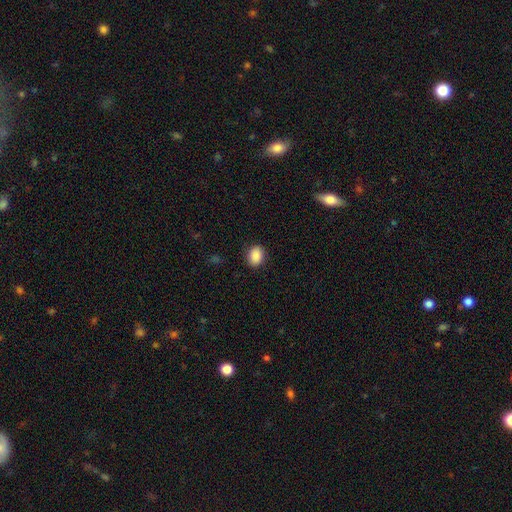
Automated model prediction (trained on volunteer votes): Smooth or featured? Predicted: smooth (p=0.88). How rounded? Predicted: in between (p=0.56). Merging? Predicted: none (p=0.88).